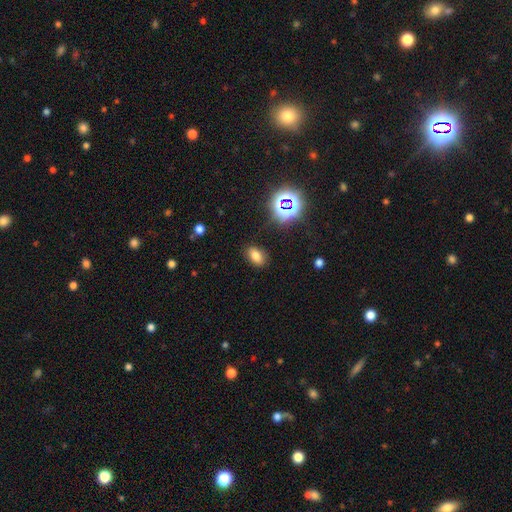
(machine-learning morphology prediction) Smooth or featured? Predicted: smooth (p=0.73). How rounded? Predicted: in between (p=0.86). Merging? Predicted: none (p=0.85).